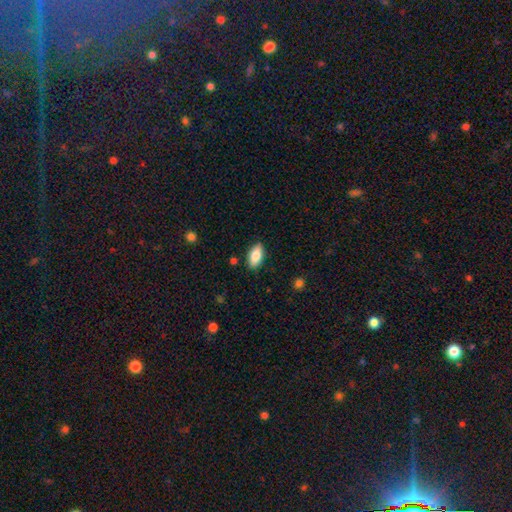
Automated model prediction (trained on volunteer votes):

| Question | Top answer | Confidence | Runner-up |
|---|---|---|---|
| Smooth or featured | smooth | 82% | featured or disk (11%) |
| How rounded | in between | 89% | cigar-shaped (8%) |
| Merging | none | 87% | minor disturbance (10%) |